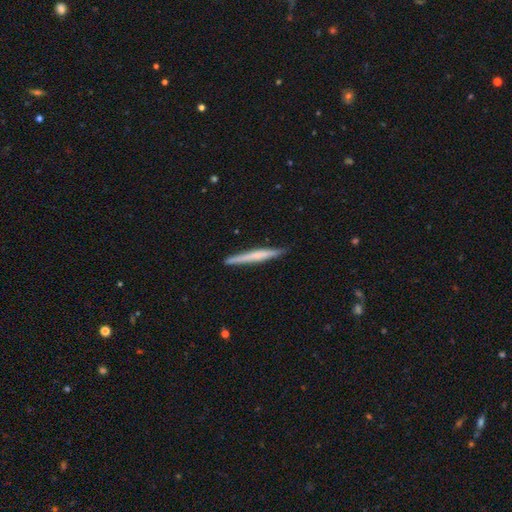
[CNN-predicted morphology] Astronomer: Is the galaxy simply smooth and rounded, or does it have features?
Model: smooth — 50% (runner-up: featured or disk, 44%).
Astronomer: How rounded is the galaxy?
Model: cigar-shaped — 97%.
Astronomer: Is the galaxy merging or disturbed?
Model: none — 89%.